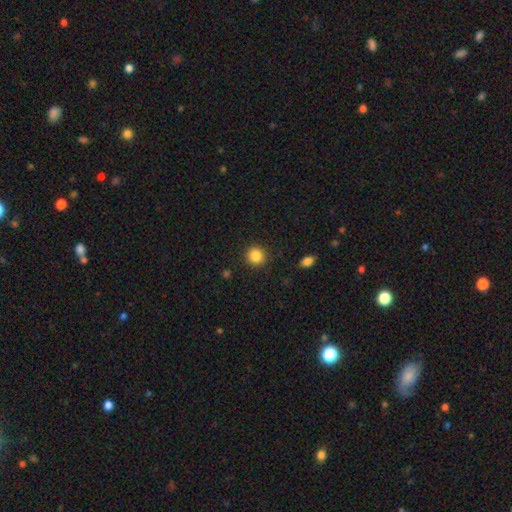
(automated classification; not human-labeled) Smooth or featured?
  - smooth: 86% *
  - star or artifact: 10%
  - featured or disk: 4%
How rounded?
  - round: 91% *
  - in between: 9%
  - cigar-shaped: 1%
Merging?
  - none: 90% *
  - minor disturbance: 6%
  - major disturbance: 2%
  - merger: 1%